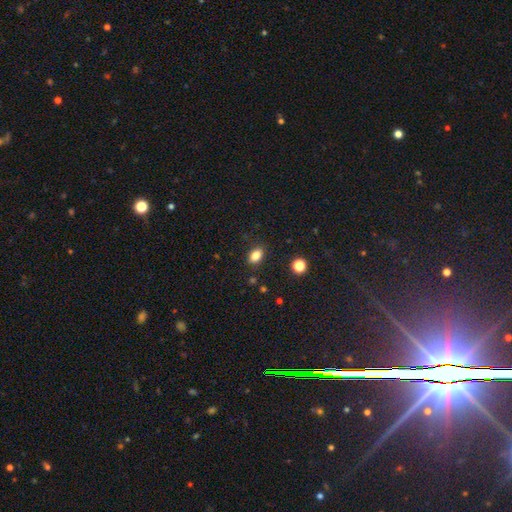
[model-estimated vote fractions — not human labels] Smooth or featured? Predicted: smooth (p=0.83). How rounded? Predicted: in between (p=0.84). Merging? Predicted: none (p=0.86).